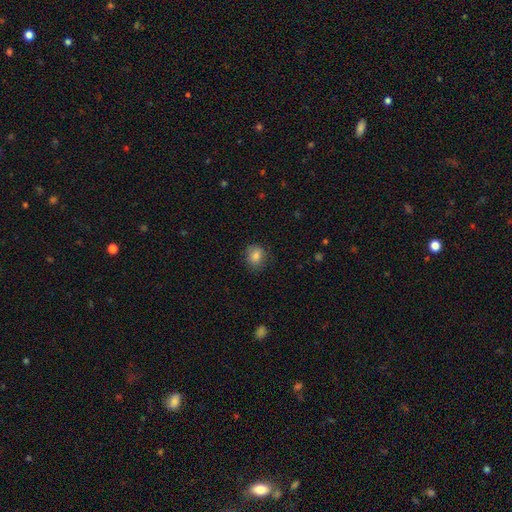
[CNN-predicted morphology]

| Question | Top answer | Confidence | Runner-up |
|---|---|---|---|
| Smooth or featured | smooth | 83% | star or artifact (10%) |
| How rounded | round | 69% | in between (31%) |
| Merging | none | 80% | minor disturbance (15%) |